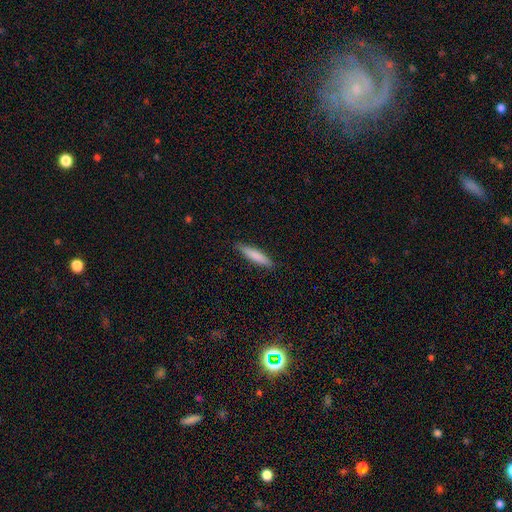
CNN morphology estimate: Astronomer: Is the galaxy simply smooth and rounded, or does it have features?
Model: smooth — 80%.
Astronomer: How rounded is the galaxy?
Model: cigar-shaped — 86%.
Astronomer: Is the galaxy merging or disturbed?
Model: none — 88%.